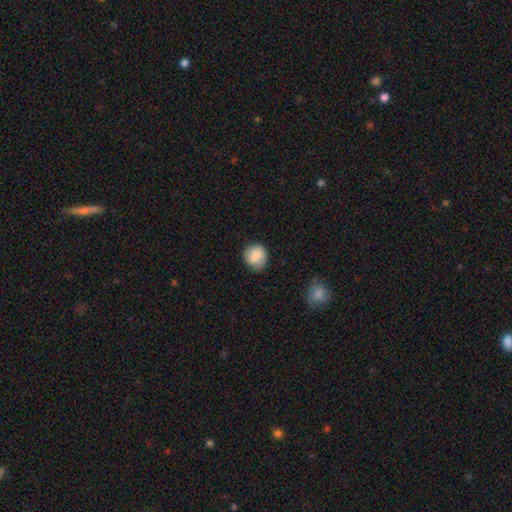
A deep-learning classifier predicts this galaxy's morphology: Smooth or featured: smooth — 85% (featured or disk — 8%)
How rounded: round — 84% (in between — 15%)
Merging: none — 82% (minor disturbance — 14%)